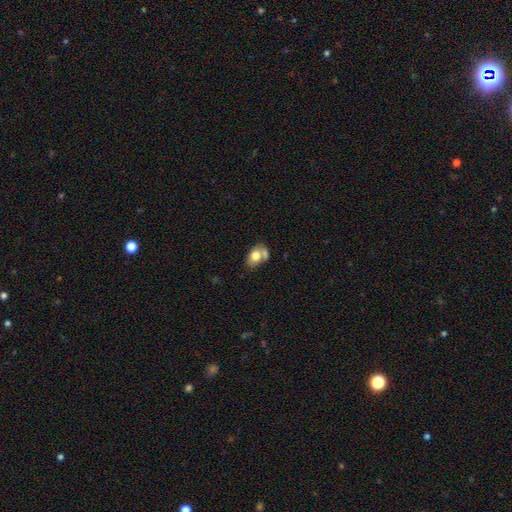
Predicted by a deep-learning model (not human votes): Overall: smooth (73%). How rounded: in between (80%). Merging: none (40%; merger 38%).